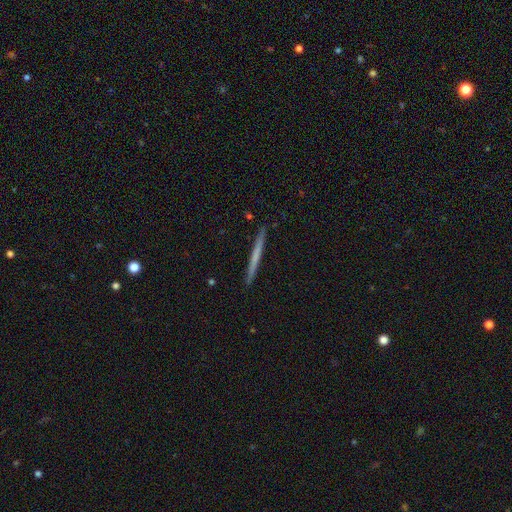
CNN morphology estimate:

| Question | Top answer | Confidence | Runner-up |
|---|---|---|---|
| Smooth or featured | smooth | 54% | featured or disk (41%) |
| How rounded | cigar-shaped | 97% | in between (2%) |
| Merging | none | 93% | minor disturbance (5%) |